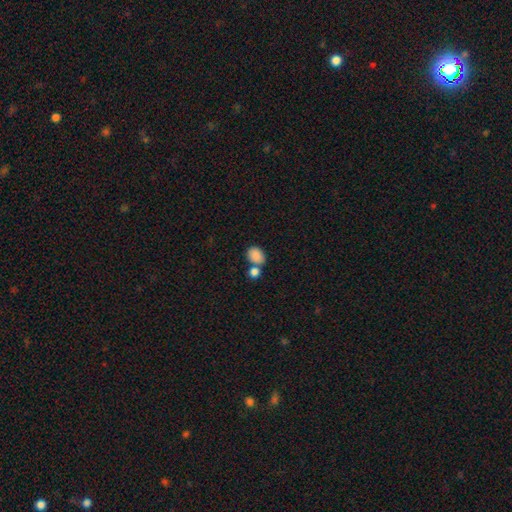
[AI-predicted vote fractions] A smooth galaxy with no disk features (86%) that is in between round and cigar-shaped (65%). Merging: none (50%).